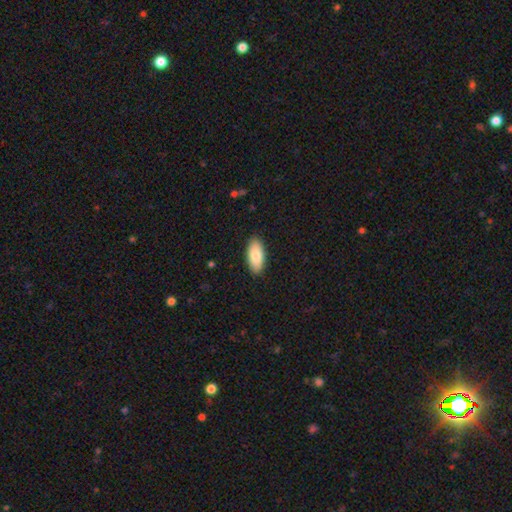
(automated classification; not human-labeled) smooth_or_featured: smooth (p=0.85) [alt: featured or disk p=0.10]
how_rounded: in between (p=0.90) [alt: cigar-shaped p=0.08]
merging: none (p=0.89) [alt: minor disturbance p=0.09]